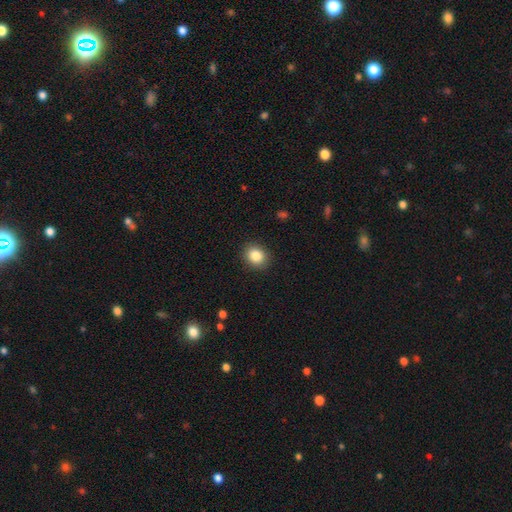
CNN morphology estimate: smooth-or-featured: smooth: 86% | star or artifact: 9% | featured or disk: 5%
  how-rounded: round: 65% | in between: 35% | cigar-shaped: 1%
  merging: none: 90% | minor disturbance: 7% | major disturbance: 2% | merger: 1%